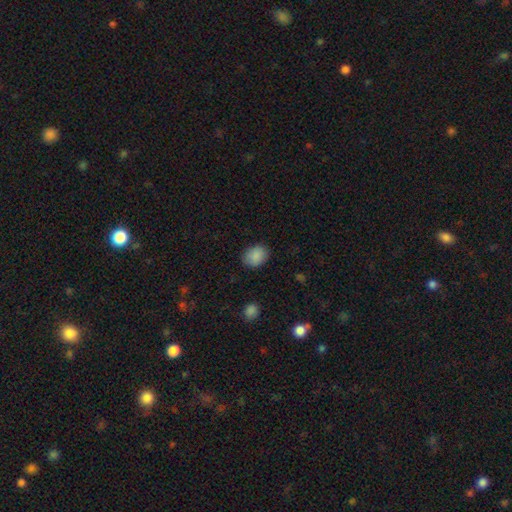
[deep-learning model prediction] Q: Smooth or featured?
A: smooth (88%); runner-up: star or artifact (8%)
Q: How rounded?
A: in between (60%); runner-up: round (39%)
Q: Merging?
A: none (85%); runner-up: minor disturbance (11%)